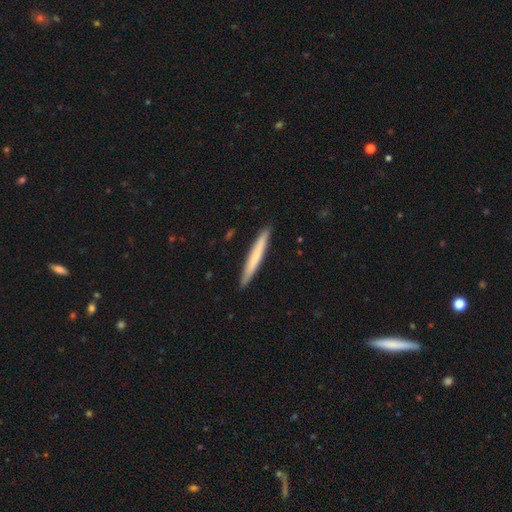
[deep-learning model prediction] This is likely a smooth galaxy (64%). How rounded: clearly cigar-shaped (97%). Merging: clearly none (91%).